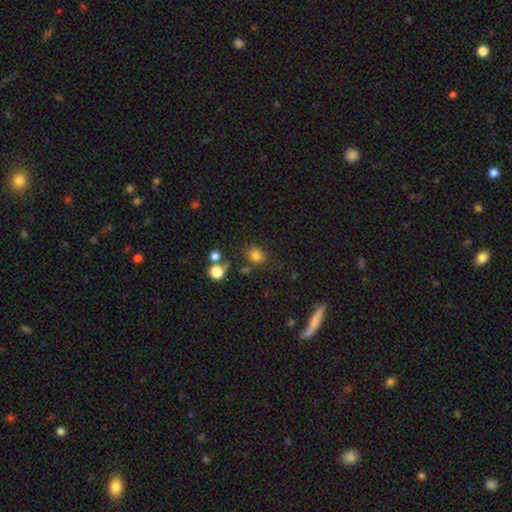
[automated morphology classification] Smooth or featured? Predicted: smooth (p=0.79). How rounded? Predicted: round (p=0.64). Merging? Predicted: none (p=0.73).